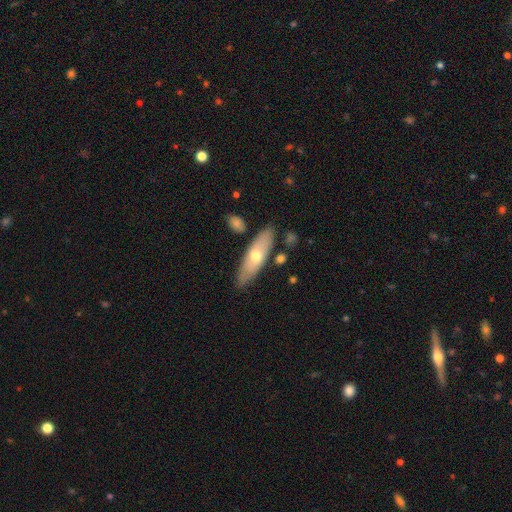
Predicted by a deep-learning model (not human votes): A smooth galaxy with no disk features (51%) that is cigar-shaped (51%). Merging: none (81%).